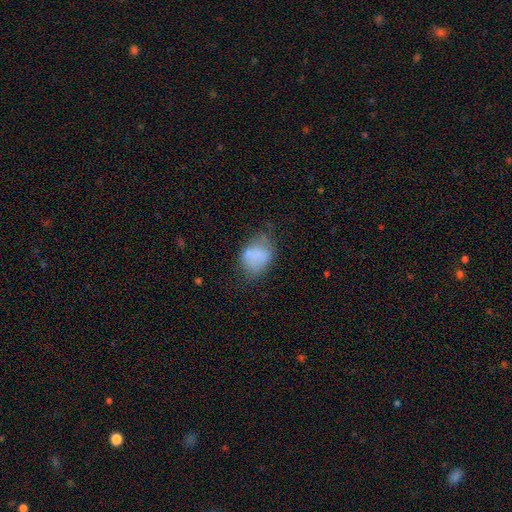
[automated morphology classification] smooth 73%, featured or disk 18%, star or artifact 10%. Down the decision tree: how rounded — in between (71%); merging — none (45%).